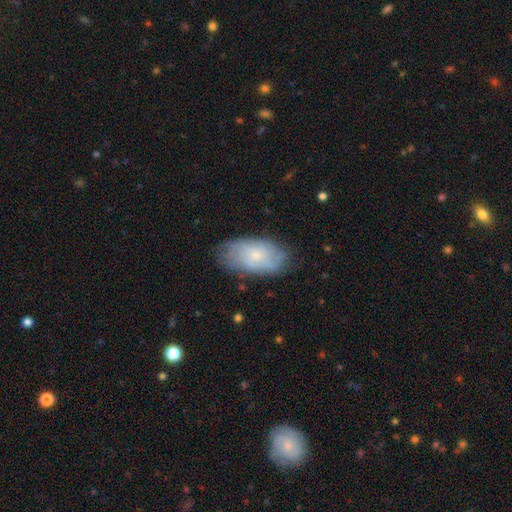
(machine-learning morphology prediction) Q: Smooth or featured?
A: smooth (48%); runner-up: featured or disk (44%)
Q: Merging?
A: none (73%); runner-up: minor disturbance (20%)